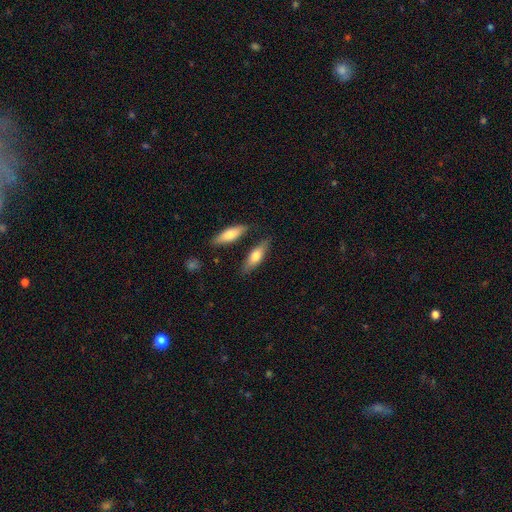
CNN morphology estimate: smooth_or_featured: smooth (p=0.68) [alt: featured or disk p=0.26]
how_rounded: in between (p=0.54) [alt: cigar-shaped p=0.43]
merging: none (p=0.77) [alt: minor disturbance p=0.13]